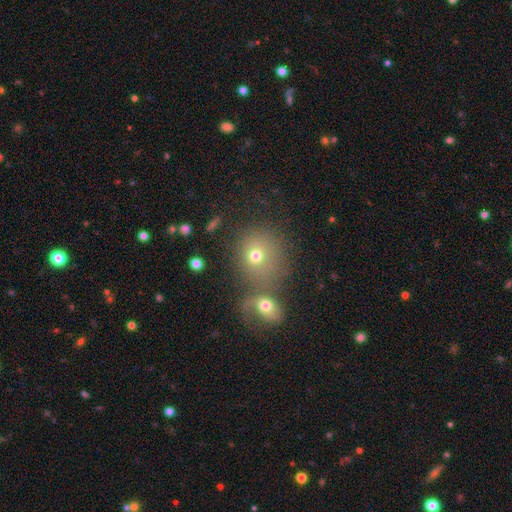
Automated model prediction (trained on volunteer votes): A smooth galaxy with no disk features (69%) that is round (72%).

Vote fractions:
- Smooth or featured? smooth: 69% / featured or disk: 17% / star or artifact: 14%
- How rounded? round: 72% / in between: 27% / cigar-shaped: 1%
- Merging? merger: 46% / none: 38% / minor disturbance: 9% / major disturbance: 8%